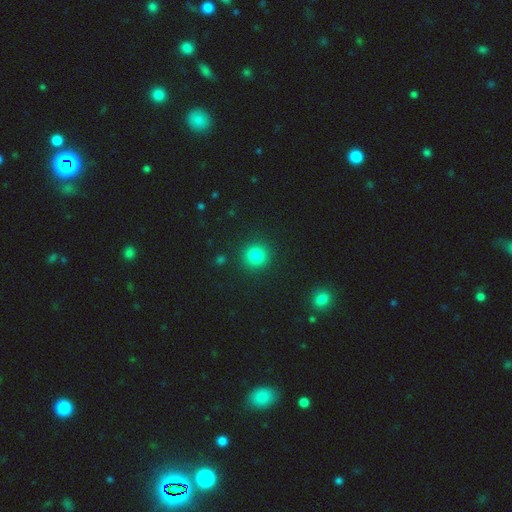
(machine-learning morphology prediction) smooth 82%, star or artifact 13%, featured or disk 5%. Down the decision tree: how rounded — round (92%); merging — none (90%).